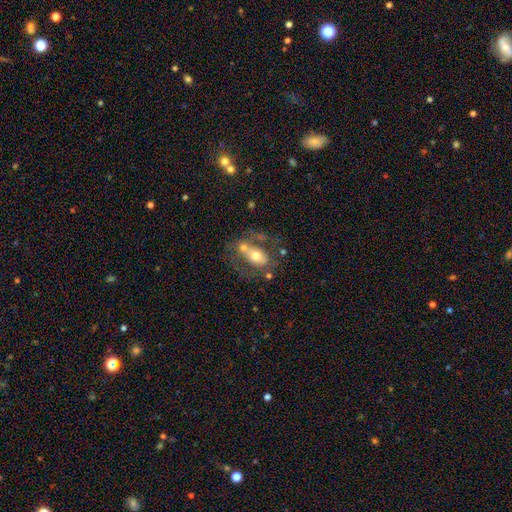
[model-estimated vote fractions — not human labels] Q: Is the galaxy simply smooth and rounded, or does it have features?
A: featured or disk — 48%.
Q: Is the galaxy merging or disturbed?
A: none — 38%.